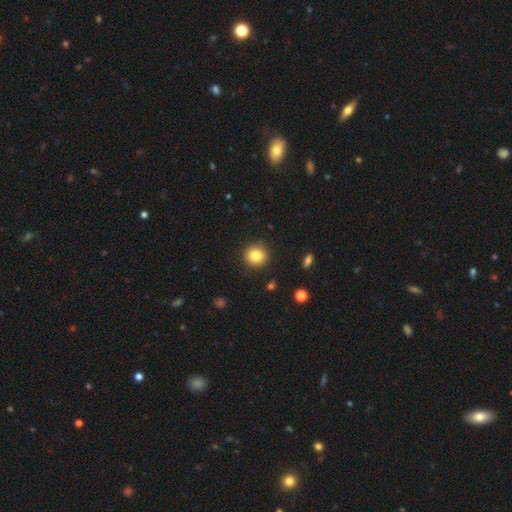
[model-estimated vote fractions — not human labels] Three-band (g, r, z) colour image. It shows a smooth galaxy with no disk features (83%) that is round (92%). Merging: none (91%).